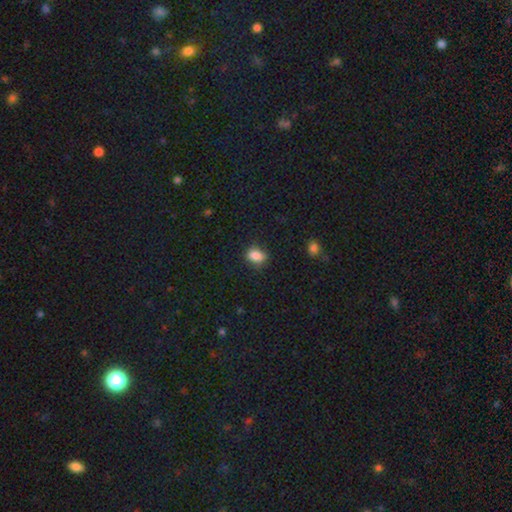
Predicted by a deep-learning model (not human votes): smooth-or-featured: smooth: 86% | star or artifact: 10% | featured or disk: 5%
  how-rounded: in between: 74% | round: 24% | cigar-shaped: 2%
  merging: none: 77% | minor disturbance: 18% | major disturbance: 4% | merger: 2%